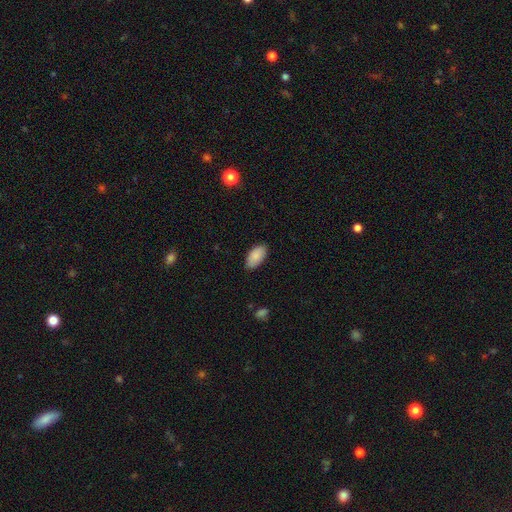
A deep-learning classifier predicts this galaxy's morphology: Overall: smooth (86%). How rounded: in between (95%). Merging: none (84%).